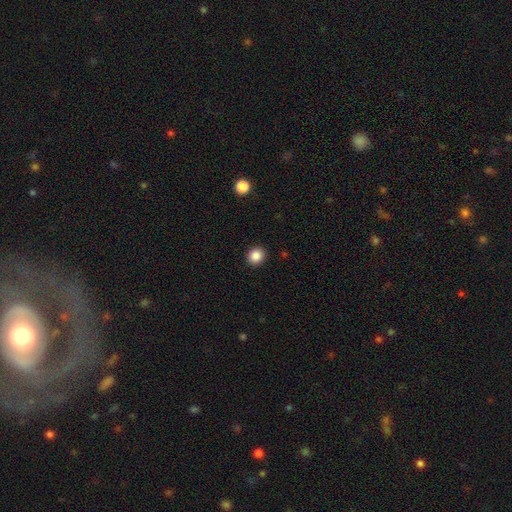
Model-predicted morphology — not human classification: This is clearly a smooth galaxy (86%). How rounded: clearly round (86%). Merging: clearly none (92%).